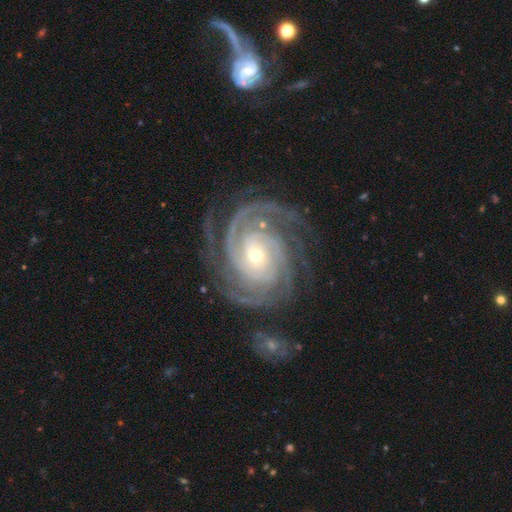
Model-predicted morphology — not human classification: Smooth or featured? Predicted: featured or disk (p=0.93). Edge-on disk? Predicted: no (p=0.98). Bar? Predicted: no (p=0.65). Spiral arms? Predicted: yes (p=0.99). Spiral winding? Predicted: tight (p=0.74). Spiral arm count? Predicted: 3 (p=0.27). Bulge size? Predicted: small (p=0.65). Merging? Predicted: none (p=0.75).